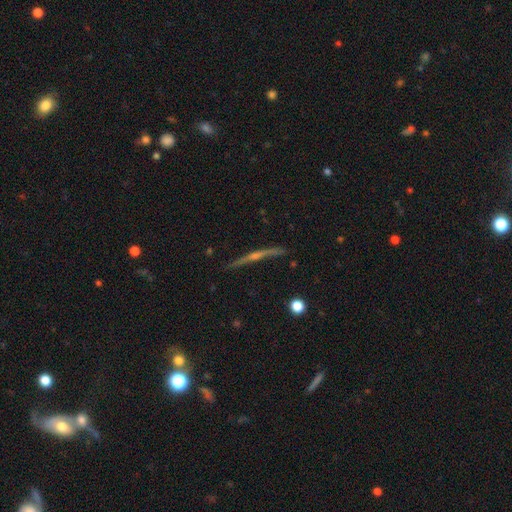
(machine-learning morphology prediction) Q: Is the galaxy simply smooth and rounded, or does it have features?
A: featured or disk — 79%.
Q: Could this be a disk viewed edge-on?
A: yes — 97%.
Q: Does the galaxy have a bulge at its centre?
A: rounded — 72%.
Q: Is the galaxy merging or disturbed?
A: none — 82%.